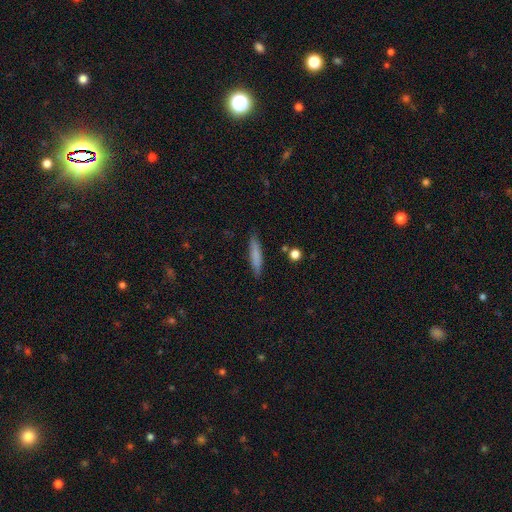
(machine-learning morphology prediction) smooth-or-featured: smooth: 76% | featured or disk: 17% | star or artifact: 7%
  how-rounded: cigar-shaped: 88% | in between: 10% | round: 2%
  merging: none: 86% | minor disturbance: 10% | major disturbance: 2% | merger: 2%